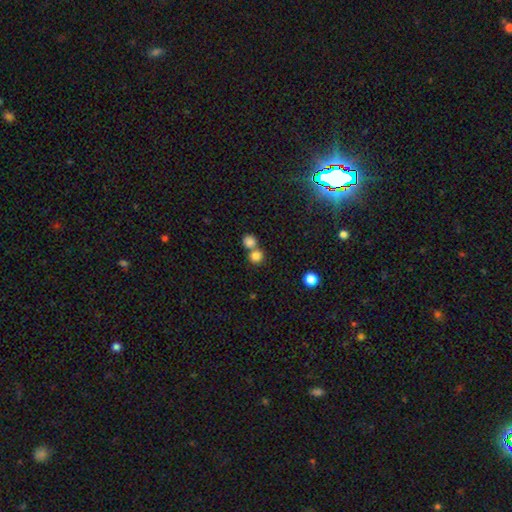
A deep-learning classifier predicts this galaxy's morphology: This is clearly a smooth galaxy (82%). How rounded: clearly round (88%). Merging: possibly none (50%).